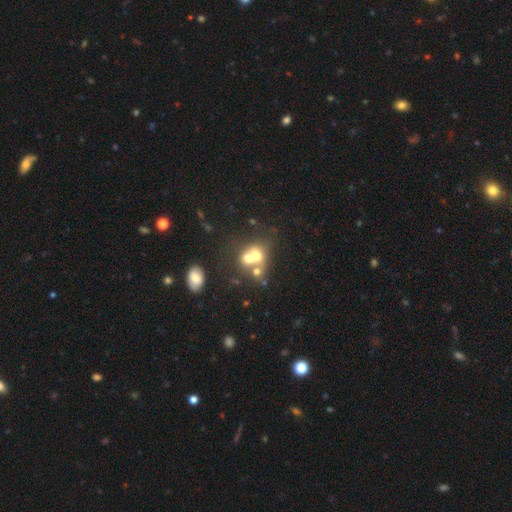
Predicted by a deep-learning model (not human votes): This appears to be a smooth galaxy with no disk features (59%) that is round (69%). Merging: merger (63%).